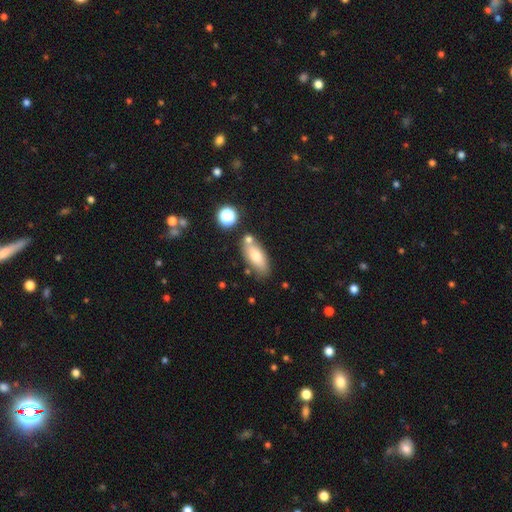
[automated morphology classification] Q: Smooth or featured?
A: smooth (74%); runner-up: featured or disk (18%)
Q: How rounded?
A: in between (81%); runner-up: cigar-shaped (15%)
Q: Merging?
A: none (67%); runner-up: minor disturbance (15%)